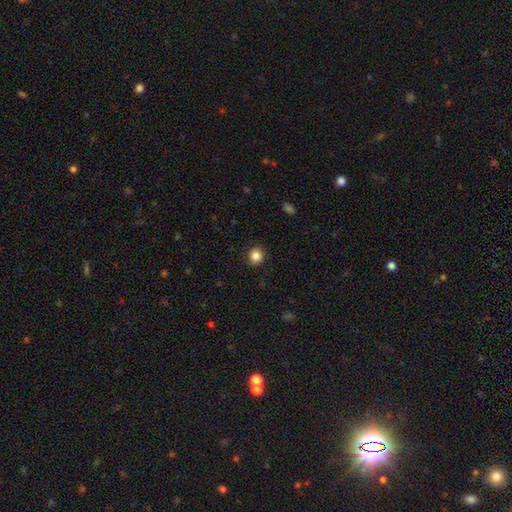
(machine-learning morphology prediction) smooth-or-featured: smooth: 86% | star or artifact: 10% | featured or disk: 4%
  how-rounded: round: 89% | in between: 10% | cigar-shaped: 1%
  merging: none: 90% | minor disturbance: 7% | major disturbance: 2% | merger: 1%